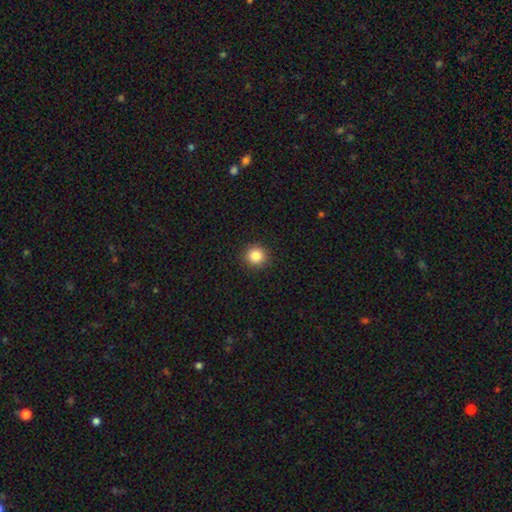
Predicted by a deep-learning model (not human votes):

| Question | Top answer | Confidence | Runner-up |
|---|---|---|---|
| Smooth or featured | smooth | 85% | star or artifact (11%) |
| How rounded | round | 93% | in between (6%) |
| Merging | none | 92% | minor disturbance (5%) |